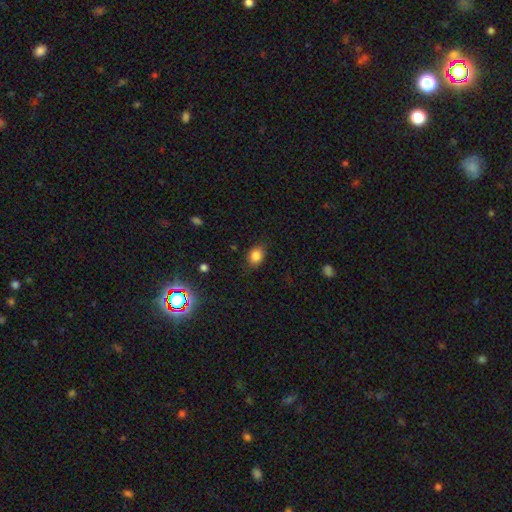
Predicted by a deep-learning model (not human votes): The model was most divided on "how rounded": in between: 59%, round: 40%, cigar-shaped: 1%. More confident: smooth or featured — smooth (83%); merging — none (79%).